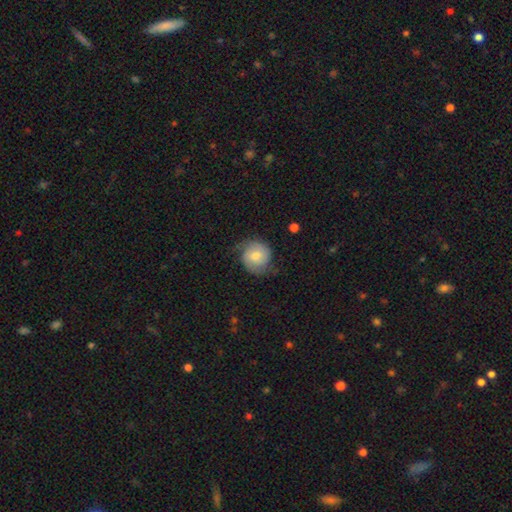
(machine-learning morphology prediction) smooth_or_featured: featured or disk (p=0.55) [alt: smooth p=0.38]
disk_edge_on: no (p=0.97) [alt: yes p=0.03]
bar: no (p=0.65) [alt: weak p=0.30]
has_spiral_arms: yes (p=0.89) [alt: no p=0.11]
bulge_size: moderate (p=0.58) [alt: small p=0.33]
merging: none (p=0.65) [alt: minor disturbance p=0.23]